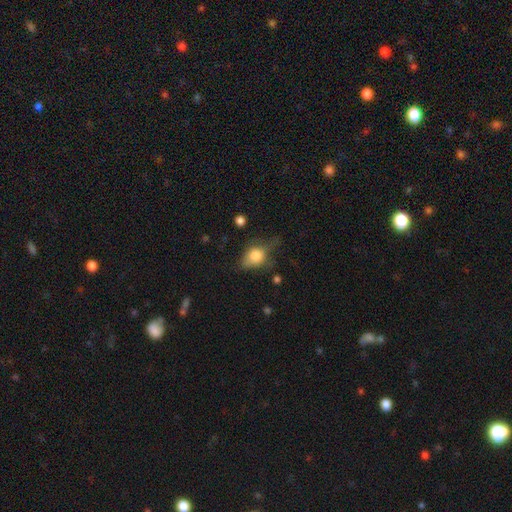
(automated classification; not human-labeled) Smooth or featured? Predicted: smooth (p=0.75). How rounded? Predicted: in between (p=0.60). Merging? Predicted: none (p=0.40).